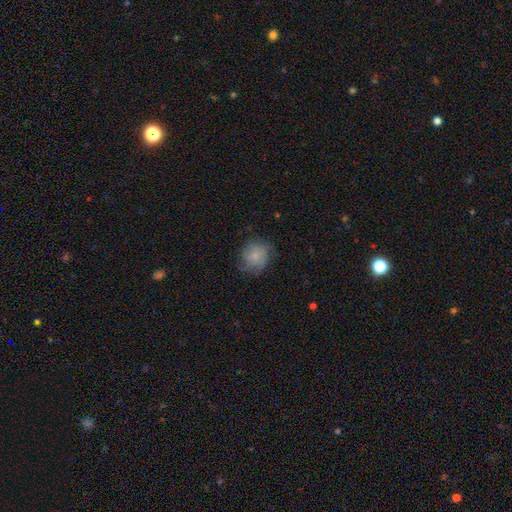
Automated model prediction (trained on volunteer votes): Morphology: type=smooth (72%); roundness=round (82%); merging=none (67%).